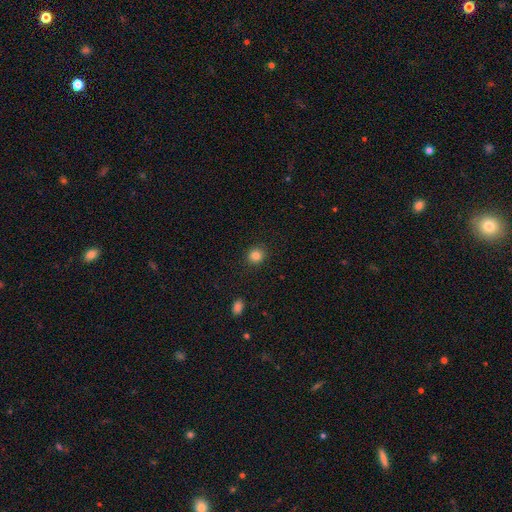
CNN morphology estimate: Q: Smooth or featured?
A: smooth (84%); runner-up: star or artifact (11%)
Q: How rounded?
A: round (88%); runner-up: in between (11%)
Q: Merging?
A: none (91%); runner-up: minor disturbance (6%)